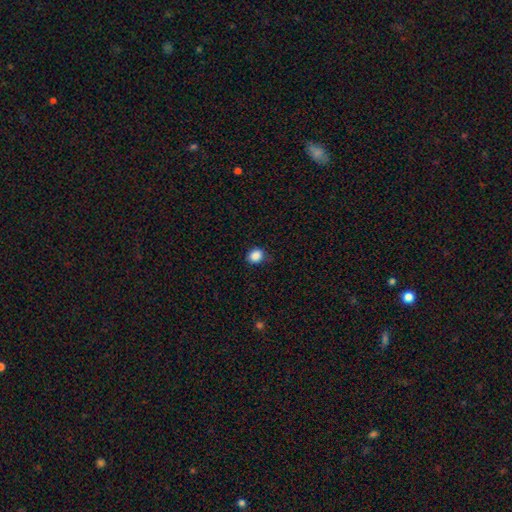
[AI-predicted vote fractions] Smooth or featured?
  - smooth: 88% *
  - star or artifact: 9%
  - featured or disk: 3%
How rounded?
  - round: 60% *
  - in between: 39%
  - cigar-shaped: 1%
Merging?
  - none: 83% *
  - minor disturbance: 14%
  - major disturbance: 3%
  - merger: 1%